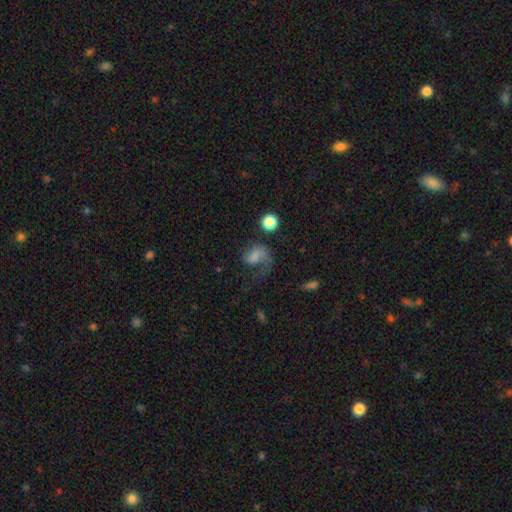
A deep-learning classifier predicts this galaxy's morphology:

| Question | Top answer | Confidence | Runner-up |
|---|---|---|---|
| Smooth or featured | smooth | 44% | tied: featured or disk (44%) |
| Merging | major disturbance | 48% | none (31%) |